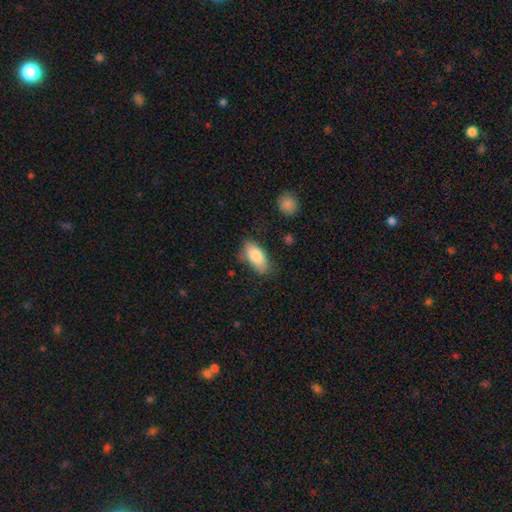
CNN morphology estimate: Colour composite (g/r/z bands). It shows a smooth galaxy with no disk features (84%) that is in between round and cigar-shaped (89%). Merging: none (70%).